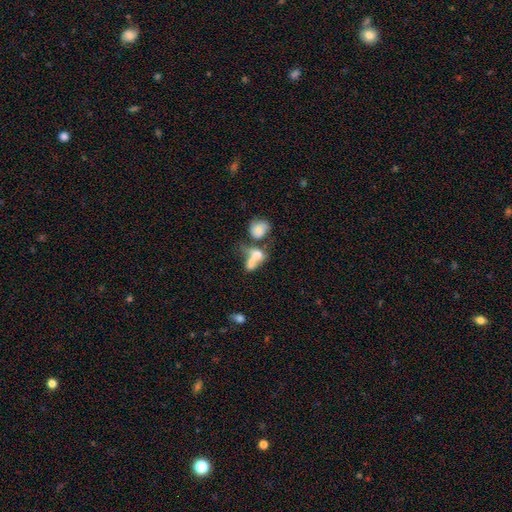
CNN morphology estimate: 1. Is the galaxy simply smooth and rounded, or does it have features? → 62% smooth, 27% featured or disk, 11% star or artifact.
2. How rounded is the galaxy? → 63% in between, 32% round, 6% cigar-shaped.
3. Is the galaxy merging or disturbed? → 64% merger, 16% none, 12% major disturbance, 8% minor disturbance.